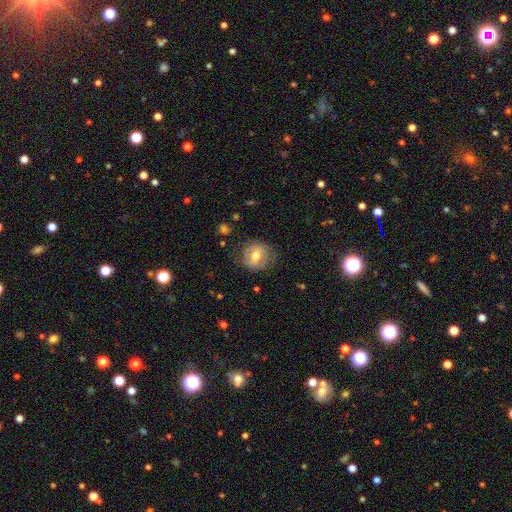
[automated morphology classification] smooth_or_featured: smooth (p=0.58) [alt: featured or disk p=0.34]
how_rounded: round (p=0.78) [alt: in between p=0.21]
merging: none (p=0.72) [alt: minor disturbance p=0.19]